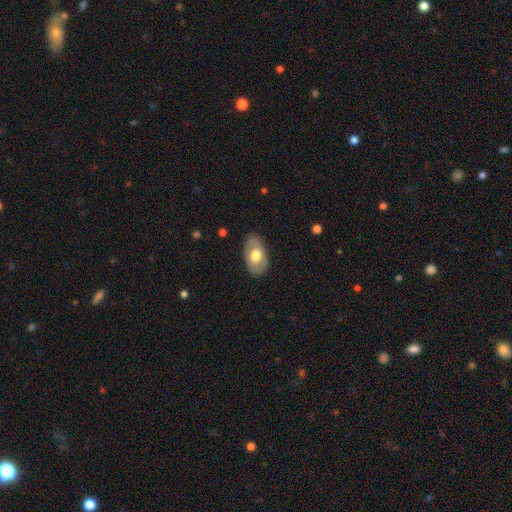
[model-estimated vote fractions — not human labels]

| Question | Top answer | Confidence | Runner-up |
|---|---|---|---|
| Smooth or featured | smooth | 58% | featured or disk (37%) |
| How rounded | in between | 92% | round (6%) |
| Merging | none | 80% | minor disturbance (15%) |